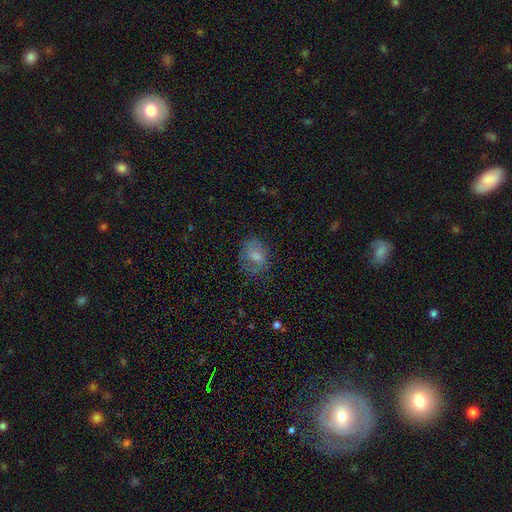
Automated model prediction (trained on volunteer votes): The model was most divided on "how rounded": in between: 63%, round: 36%, cigar-shaped: 1%. More confident: smooth or featured — smooth (63%); merging — none (56%).